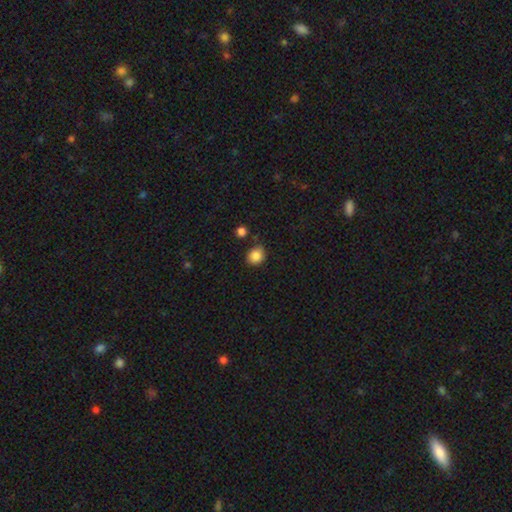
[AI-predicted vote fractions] Smooth or featured?
  - smooth: 86% *
  - star or artifact: 10%
  - featured or disk: 5%
How rounded?
  - round: 64% *
  - in between: 35%
  - cigar-shaped: 1%
Merging?
  - none: 77% *
  - minor disturbance: 15%
  - merger: 5%
  - major disturbance: 3%